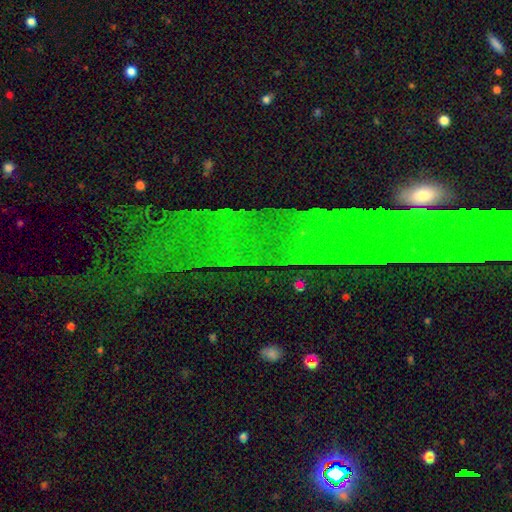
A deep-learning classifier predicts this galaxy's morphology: This is likely a star or artifact rather than a galaxy (64%).